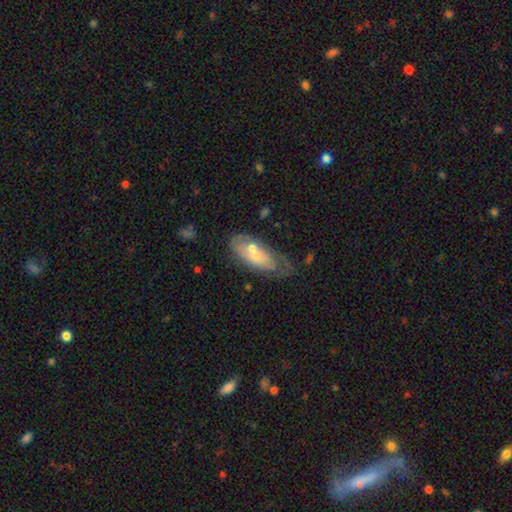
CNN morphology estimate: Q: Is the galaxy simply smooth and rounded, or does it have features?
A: smooth — 52%.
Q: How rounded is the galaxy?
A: in between — 79%.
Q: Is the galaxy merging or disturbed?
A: none — 40%.